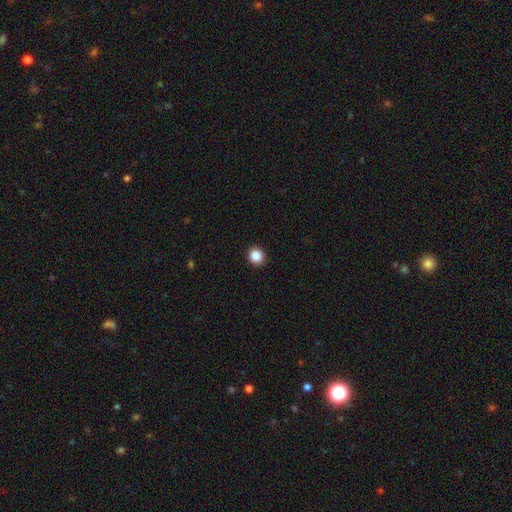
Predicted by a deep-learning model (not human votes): Smooth or featured? Predicted: smooth (p=0.86). How rounded? Predicted: round (p=0.87). Merging? Predicted: none (p=0.93).